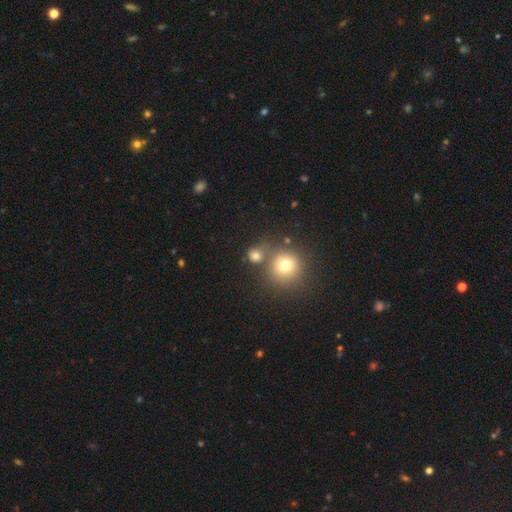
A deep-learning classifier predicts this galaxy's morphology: Overall: smooth (74%). How rounded: round (83%). Merging: none (59%; merger 24%).